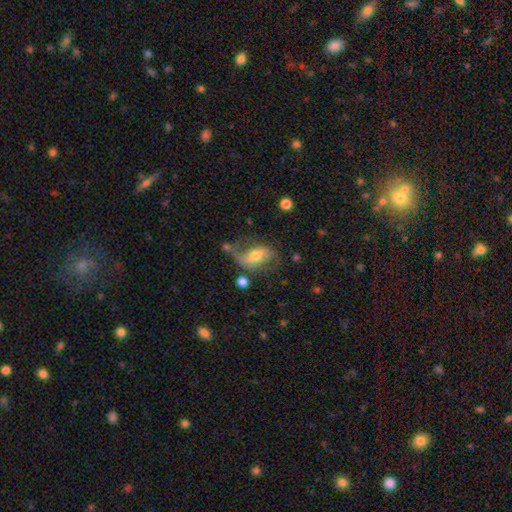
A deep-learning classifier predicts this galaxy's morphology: A featured or disk galaxy (64%) with no bar (39%, tied with weak), 2 (73%) loose (64%) spiral arms (85%) and a moderate central bulge (61%). Merging: none (48%).